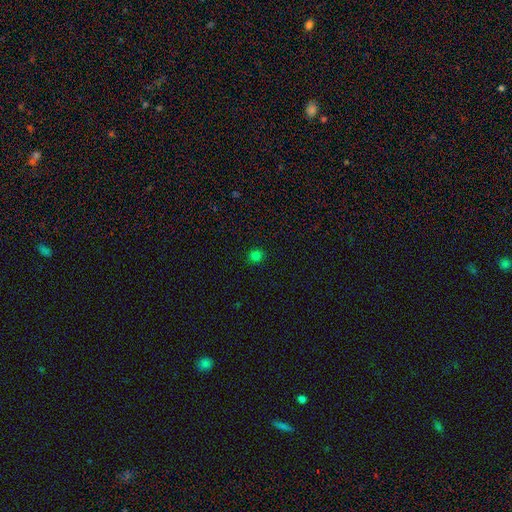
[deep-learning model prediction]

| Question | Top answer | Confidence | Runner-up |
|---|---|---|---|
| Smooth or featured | smooth | 79% | star or artifact (17%) |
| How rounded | round | 88% | in between (11%) |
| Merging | none | 91% | minor disturbance (6%) |